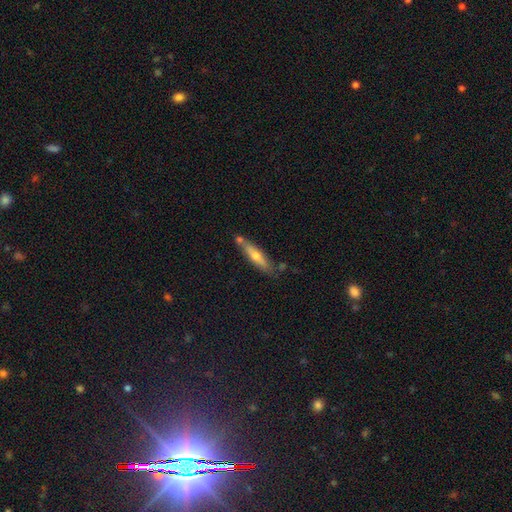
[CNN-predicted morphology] A featured or disk galaxy (50%) viewed edge-on (83%). Merging: none (73%).